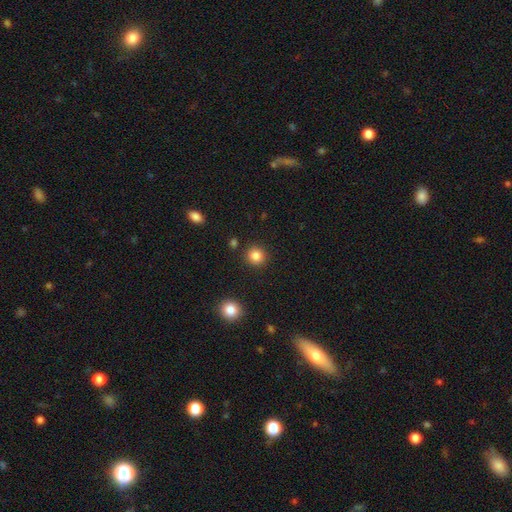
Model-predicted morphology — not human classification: A smooth galaxy with no disk features (85%) that is round (92%). Merging: none (90%).